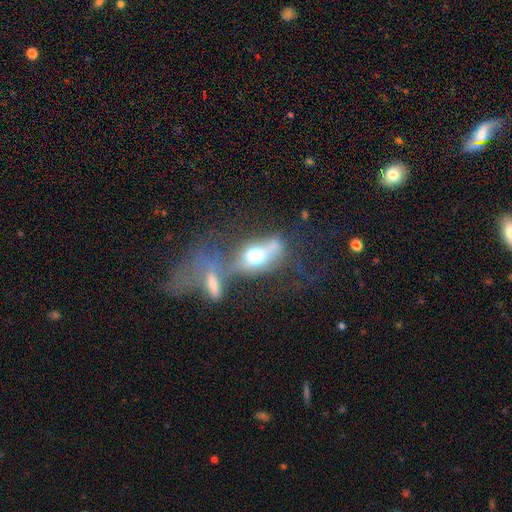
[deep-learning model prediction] Smooth or featured? smooth (50%)
How rounded? in between (71%)
Merging? merger (42%)